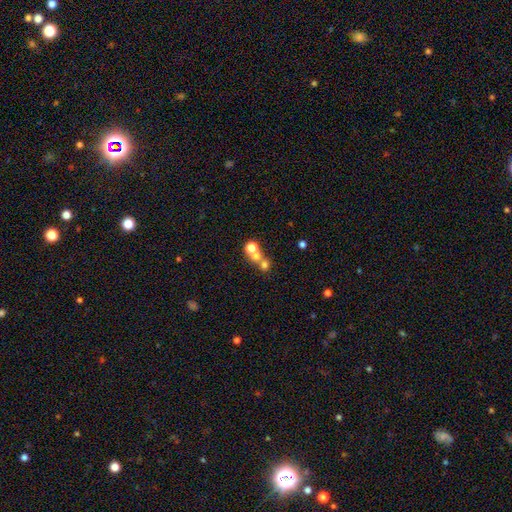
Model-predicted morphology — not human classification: This appears to be a smooth galaxy with no disk features (56%) that is round (82%). Merging: merger (50%).